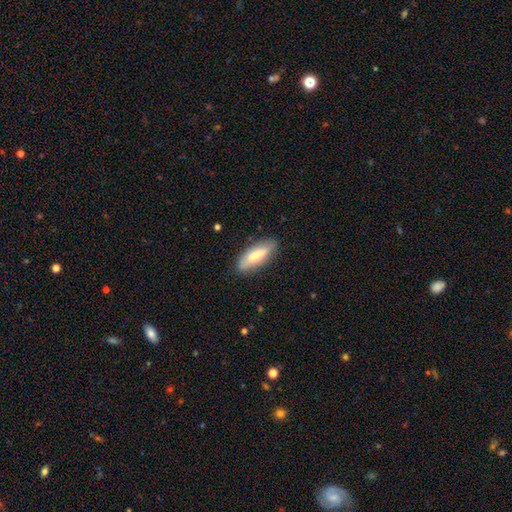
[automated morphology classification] Smooth or featured? smooth (68%)
How rounded? in between (60%)
Merging? none (82%)